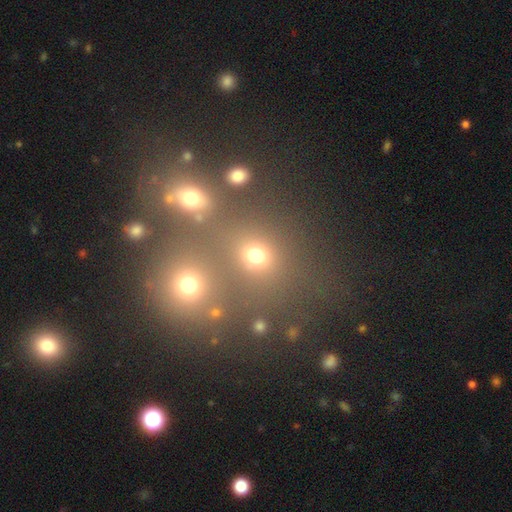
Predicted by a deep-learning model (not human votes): smooth-or-featured: smooth: 74% | star or artifact: 19% | featured or disk: 7%
  how-rounded: round: 77% | in between: 21% | cigar-shaped: 1%
  merging: none: 66% | merger: 20% | minor disturbance: 8% | major disturbance: 5%